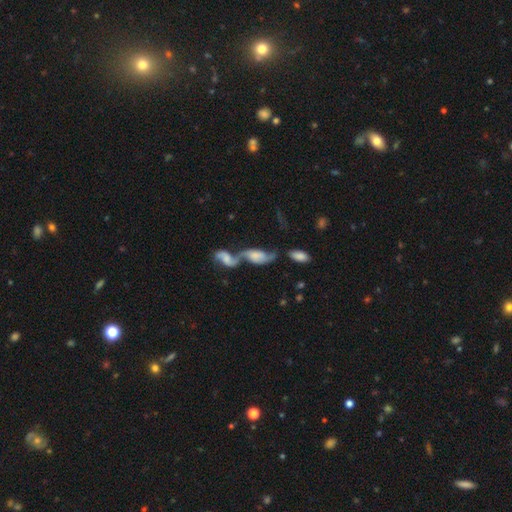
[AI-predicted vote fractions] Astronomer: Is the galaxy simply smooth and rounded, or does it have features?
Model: featured or disk — 59%.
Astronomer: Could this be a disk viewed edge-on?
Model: no — 82%.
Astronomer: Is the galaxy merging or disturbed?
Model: merger — 60%.